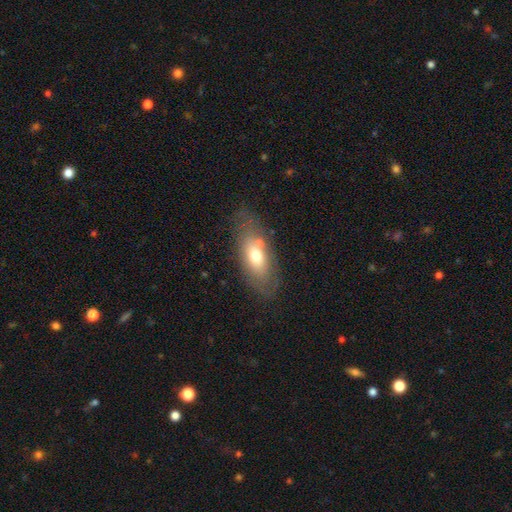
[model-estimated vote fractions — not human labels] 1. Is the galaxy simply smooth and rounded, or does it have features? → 63% smooth, 30% featured or disk, 8% star or artifact.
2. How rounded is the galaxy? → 83% in between, 13% cigar-shaped, 4% round.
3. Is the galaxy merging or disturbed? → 69% none, 18% minor disturbance, 7% major disturbance, 6% merger.